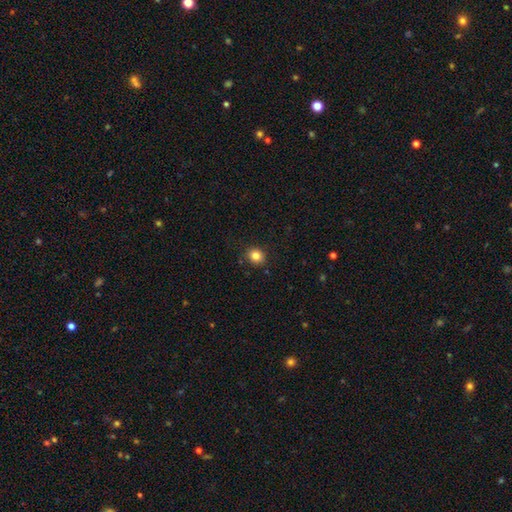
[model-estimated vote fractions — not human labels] The model was most divided on "how rounded": round: 76%, in between: 23%, cigar-shaped: 1%. More confident: merging — none (88%); smooth or featured — smooth (83%).